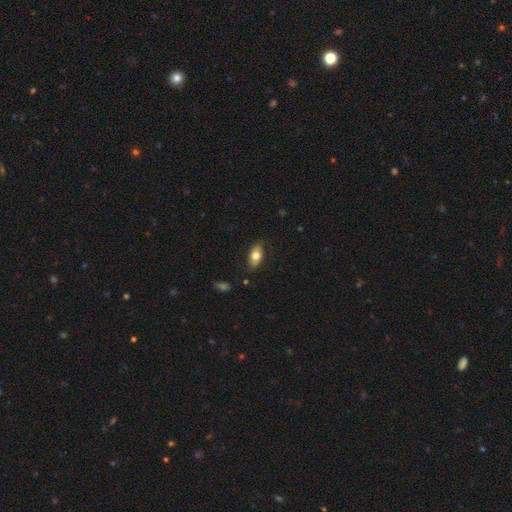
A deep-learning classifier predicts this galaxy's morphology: smooth_or_featured: smooth (p=0.74) [alt: featured or disk p=0.19]
how_rounded: in between (p=0.90) [alt: round p=0.05]
merging: none (p=0.80) [alt: minor disturbance p=0.16]